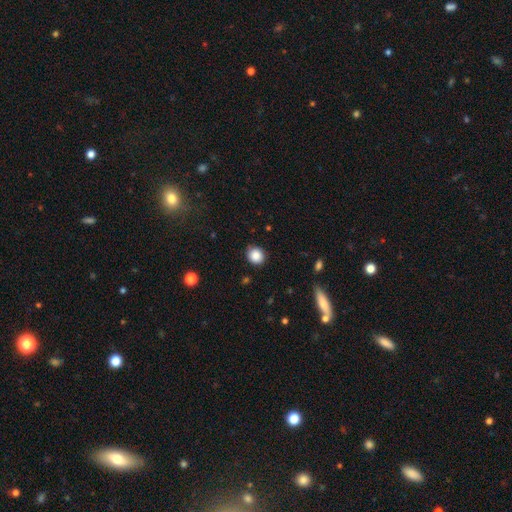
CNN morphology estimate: Smooth or featured: smooth — 87% (star or artifact — 9%)
How rounded: round — 79% (in between — 20%)
Merging: none — 86% (minor disturbance — 10%)